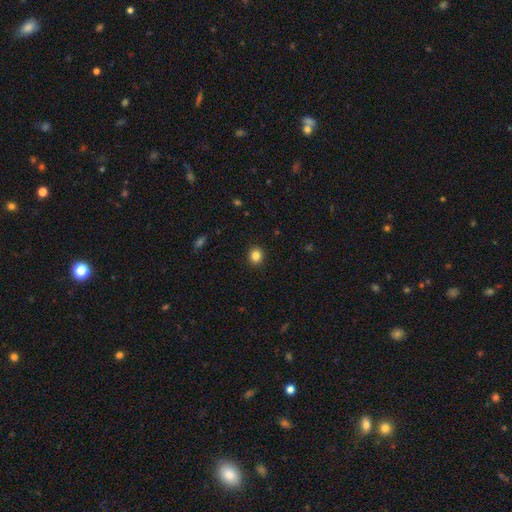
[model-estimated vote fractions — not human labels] Morphology: type=smooth (84%); roundness=round (81%); merging=none (92%).